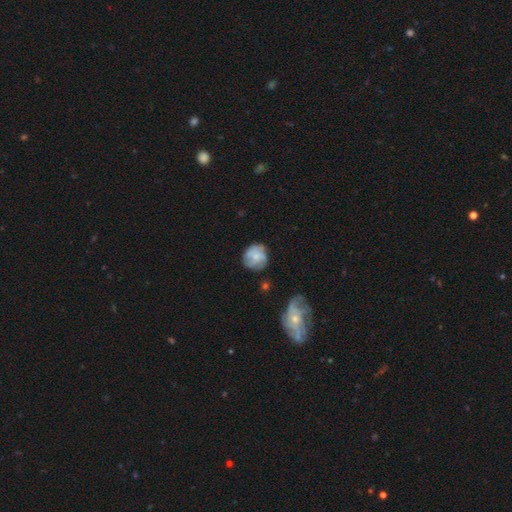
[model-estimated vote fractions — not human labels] Smooth or featured? smooth (50%)
How rounded? round (82%)
Merging? none (67%)